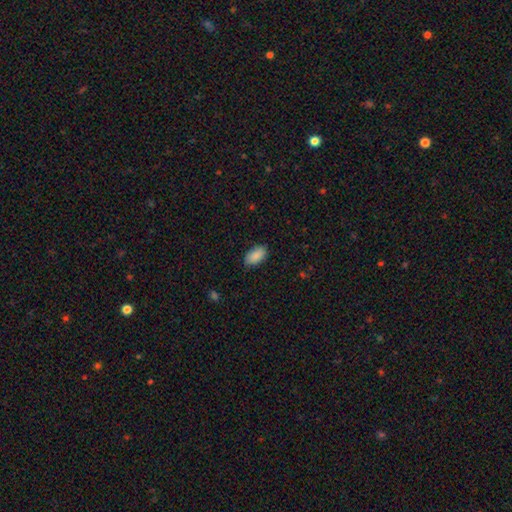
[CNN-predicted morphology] A smooth galaxy with no disk features (88%) that is in between round and cigar-shaped (94%).

Vote fractions:
- Smooth or featured? smooth: 88% / star or artifact: 6% / featured or disk: 5%
- How rounded? in between: 94% / round: 3% / cigar-shaped: 3%
- Merging? none: 84% / minor disturbance: 12% / major disturbance: 2% / merger: 1%